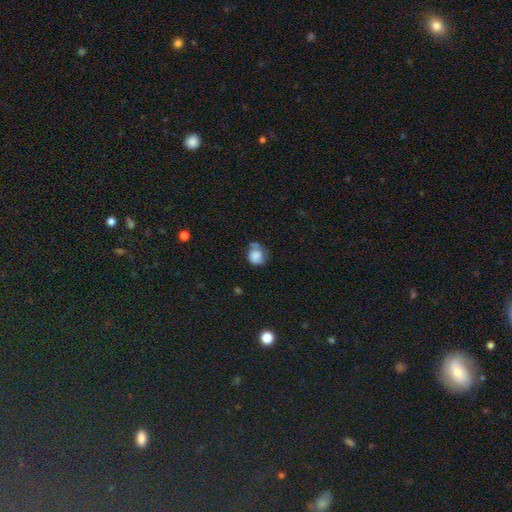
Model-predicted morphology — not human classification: smooth 78%, featured or disk 12%, star or artifact 10%. Down the decision tree: how rounded — round (76%); merging — none (43%).